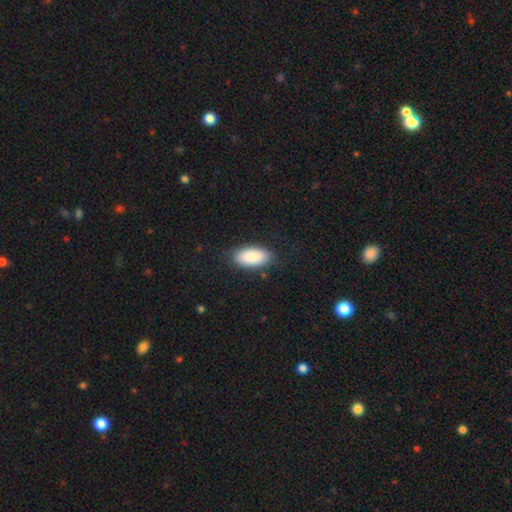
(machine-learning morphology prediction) Smooth or featured?
  - smooth: 89% *
  - star or artifact: 6%
  - featured or disk: 5%
How rounded?
  - in between: 93% *
  - cigar-shaped: 4%
  - round: 2%
Merging?
  - none: 85% *
  - minor disturbance: 11%
  - major disturbance: 3%
  - merger: 1%